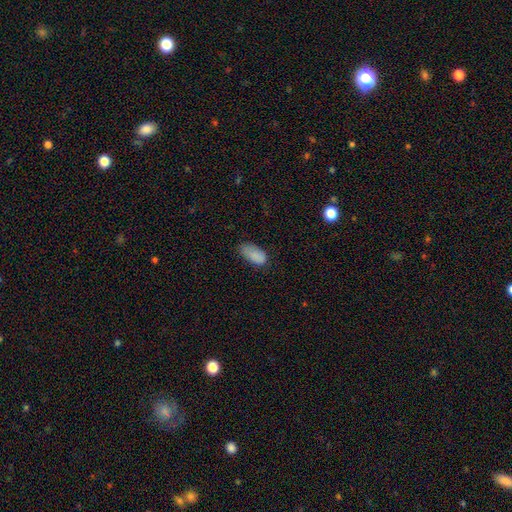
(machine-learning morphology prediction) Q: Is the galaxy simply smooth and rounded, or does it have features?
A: smooth — 86%.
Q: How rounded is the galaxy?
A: in between — 93%.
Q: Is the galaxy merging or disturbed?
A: none — 55%.